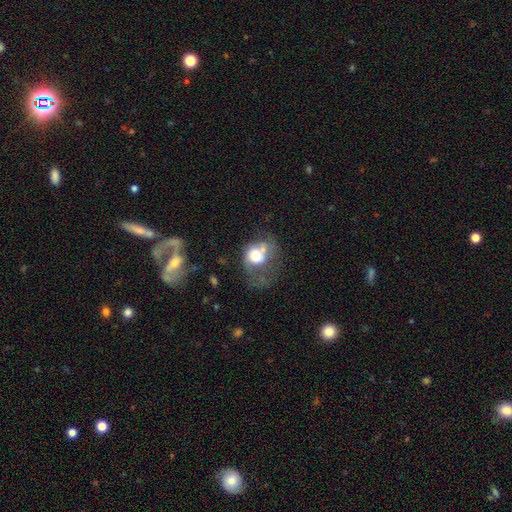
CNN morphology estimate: Smooth or featured? Predicted: smooth (p=0.53). How rounded? Predicted: round (p=0.60). Merging? Predicted: major disturbance (p=0.43).